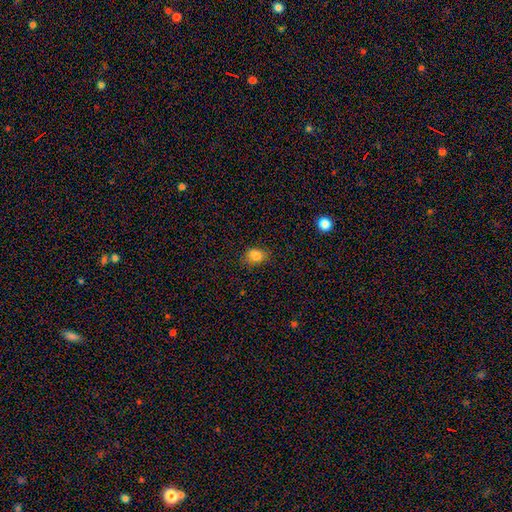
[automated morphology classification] Overall: smooth (83%). How rounded: in between (63%; round 35%). Merging: none (72%).